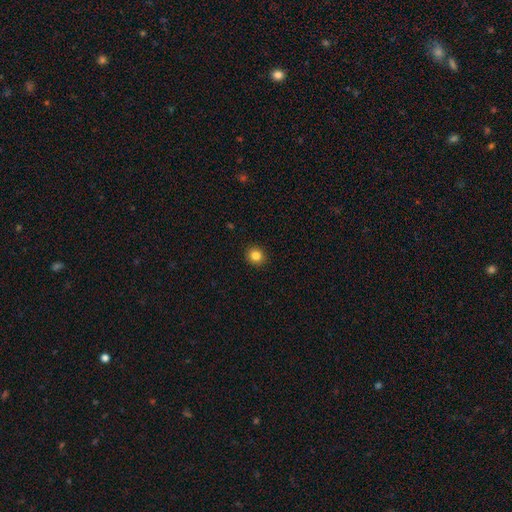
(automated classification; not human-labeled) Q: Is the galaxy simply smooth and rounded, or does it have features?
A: smooth — 84%.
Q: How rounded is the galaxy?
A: round — 82%.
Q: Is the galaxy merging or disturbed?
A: none — 92%.